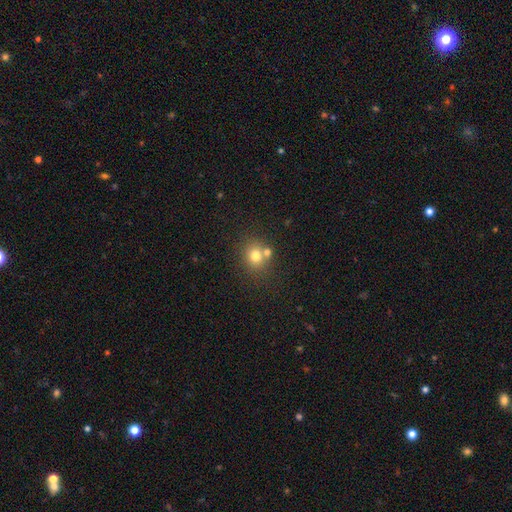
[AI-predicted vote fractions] Smooth or featured? smooth (75%)
How rounded? round (79%)
Merging? none (61%)